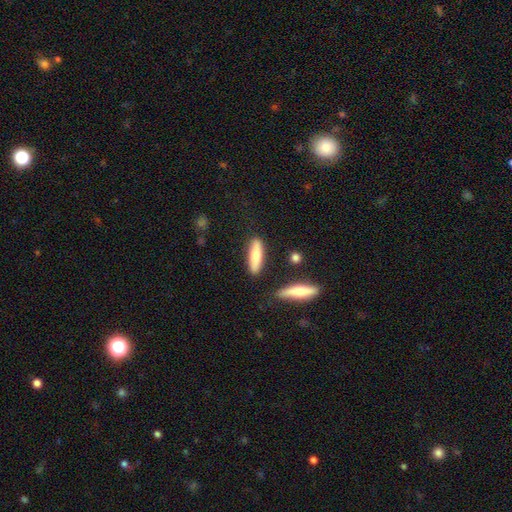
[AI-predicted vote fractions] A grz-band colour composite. It shows a smooth galaxy with no disk features (72%) that is cigar-shaped (64%). Merging: none (82%).